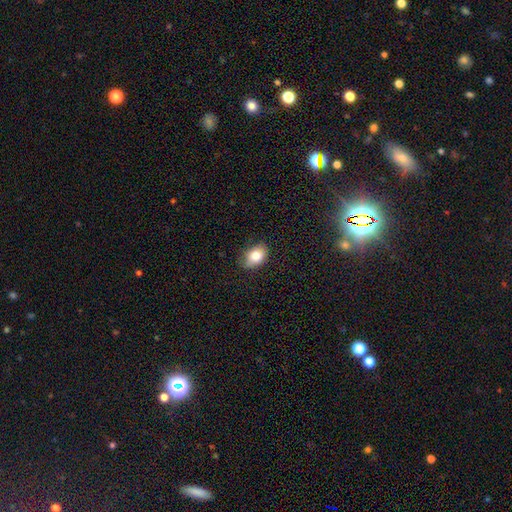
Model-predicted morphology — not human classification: Q: Smooth or featured?
A: smooth (81%); runner-up: featured or disk (10%)
Q: How rounded?
A: in between (82%); runner-up: round (17%)
Q: Merging?
A: none (75%); runner-up: minor disturbance (21%)